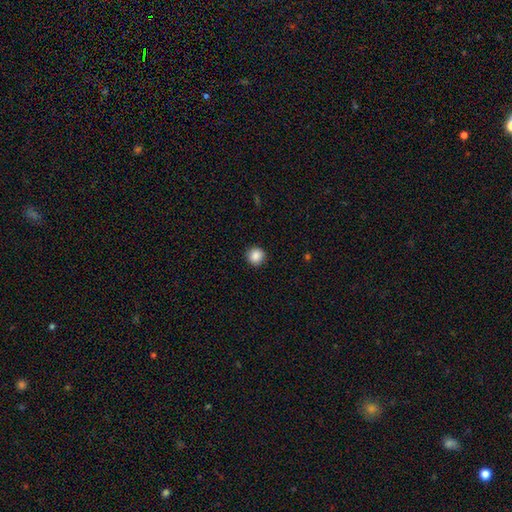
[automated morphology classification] smooth_or_featured: smooth (p=0.88) [alt: star or artifact p=0.09]
how_rounded: round (p=0.94) [alt: in between p=0.05]
merging: none (p=0.92) [alt: minor disturbance p=0.06]